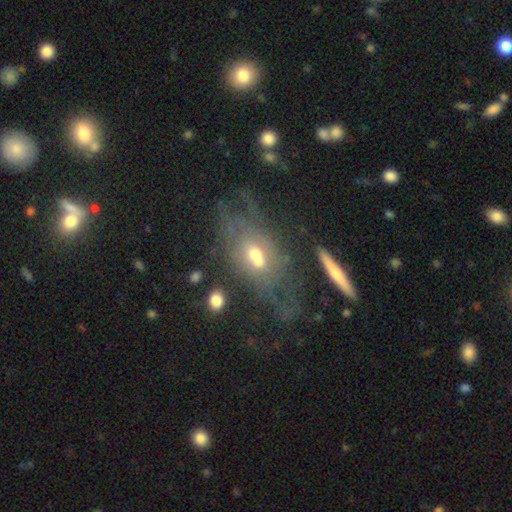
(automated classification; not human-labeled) Q: Smooth or featured?
A: featured or disk (50%); runner-up: smooth (35%)
Q: Edge-on disk?
A: no (82%); runner-up: yes (18%)
Q: Merging?
A: none (37%); runner-up: major disturbance (24%)